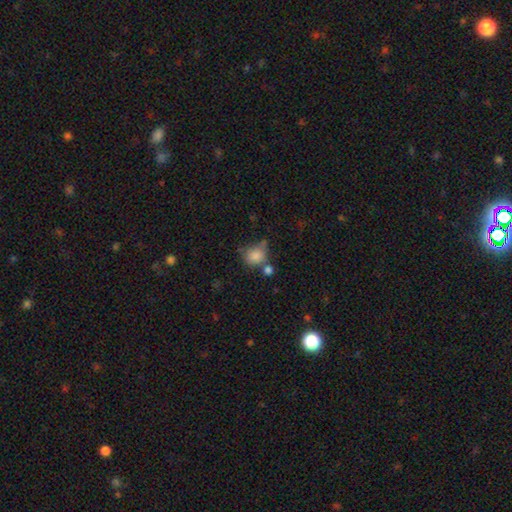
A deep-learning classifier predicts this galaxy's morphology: smooth 81%, star or artifact 10%, featured or disk 9%. Down the decision tree: how rounded — round (66%); merging — none (46%).